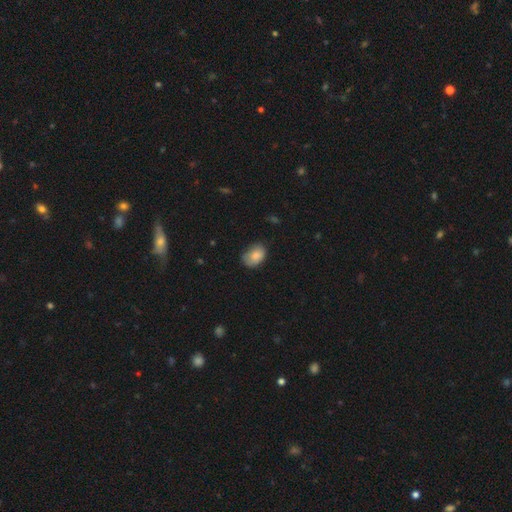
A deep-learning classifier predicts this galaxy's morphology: A smooth galaxy with no disk features (82%) that is in between round and cigar-shaped (78%). Merging: none (62%).